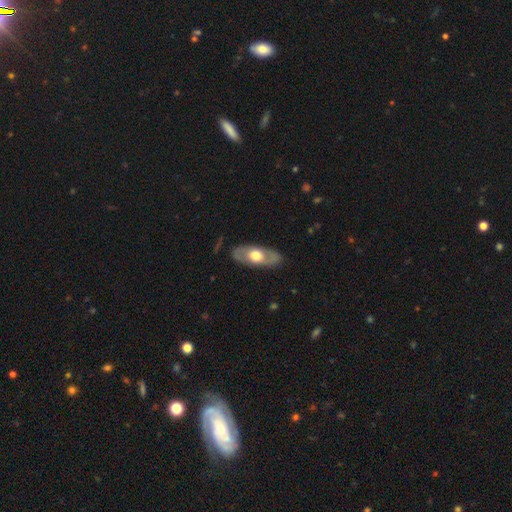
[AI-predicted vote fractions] smooth-or-featured: featured or disk: 54% | smooth: 41% | star or artifact: 4%
  disk-edge-on: no: 75% | yes: 25%
  merging: none: 83% | minor disturbance: 12% | major disturbance: 4% | merger: 1%